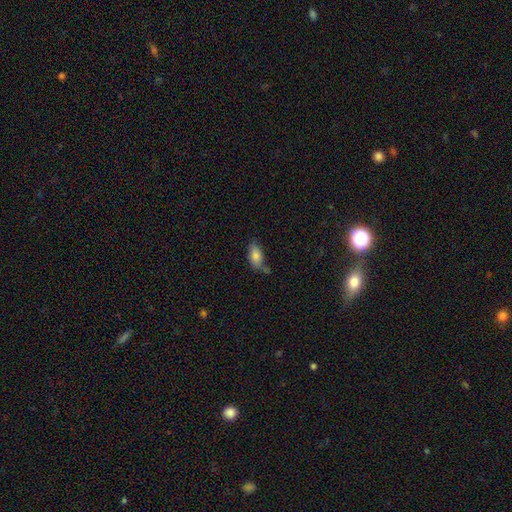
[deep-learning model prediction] Smooth or featured? Predicted: smooth (p=0.82). How rounded? Predicted: in between (p=0.89). Merging? Predicted: none (p=0.52).